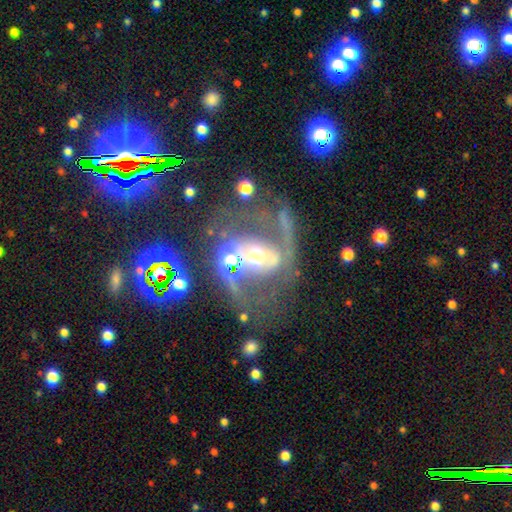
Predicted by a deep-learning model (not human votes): Smooth or featured? Predicted: featured or disk (p=0.78). Edge-on disk? Predicted: no (p=0.96). Bar? Predicted: no (p=0.38). Spiral arms? Predicted: yes (p=0.80). Spiral winding? Predicted: loose (p=0.48). Spiral arm count? Predicted: 2 (p=0.83). Bulge size? Predicted: moderate (p=0.59). Merging? Predicted: none (p=0.47).